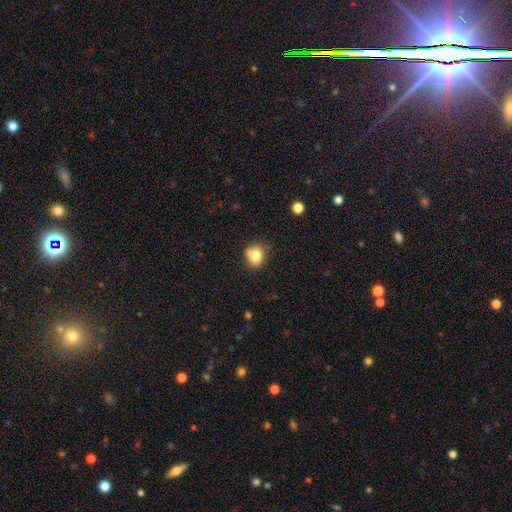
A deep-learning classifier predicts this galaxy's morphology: smooth_or_featured: smooth (p=0.80) [alt: star or artifact p=0.11]
how_rounded: round (p=0.71) [alt: in between p=0.28]
merging: none (p=0.67) [alt: minor disturbance p=0.22]